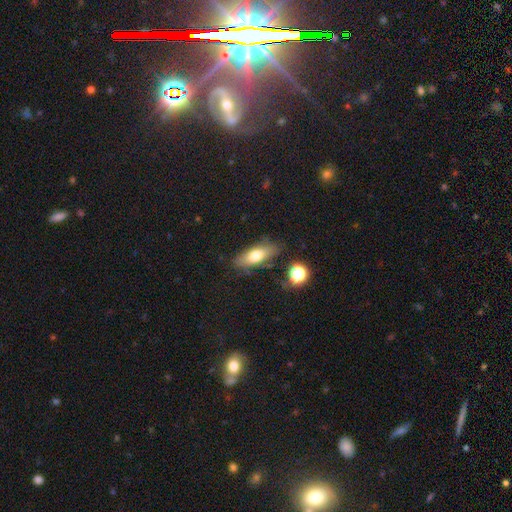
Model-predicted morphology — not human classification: smooth-or-featured: smooth: 68% | featured or disk: 23% | star or artifact: 9%
  how-rounded: in between: 66% | cigar-shaped: 29% | round: 5%
  merging: none: 78% | minor disturbance: 15% | merger: 4% | major disturbance: 4%